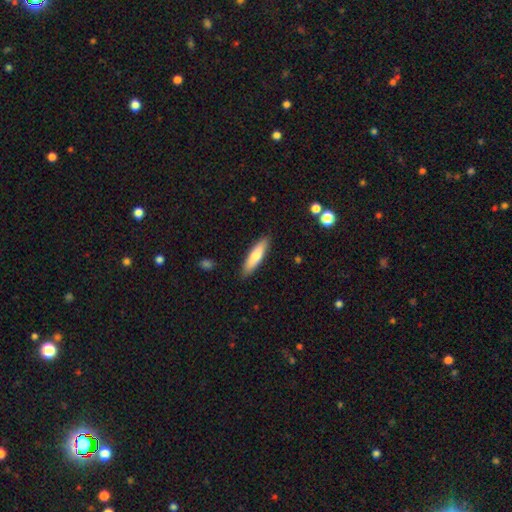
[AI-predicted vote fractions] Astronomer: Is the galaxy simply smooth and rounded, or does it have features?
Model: smooth — 71%.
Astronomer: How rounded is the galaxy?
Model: cigar-shaped — 72%.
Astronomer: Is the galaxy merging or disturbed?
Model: none — 89%.